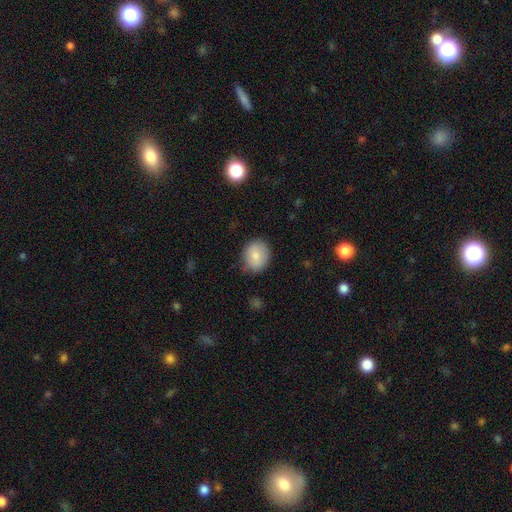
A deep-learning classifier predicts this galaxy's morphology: Smooth or featured: smooth — 80% (featured or disk — 12%)
How rounded: round — 63% (in between — 36%)
Merging: none — 78% (minor disturbance — 17%)